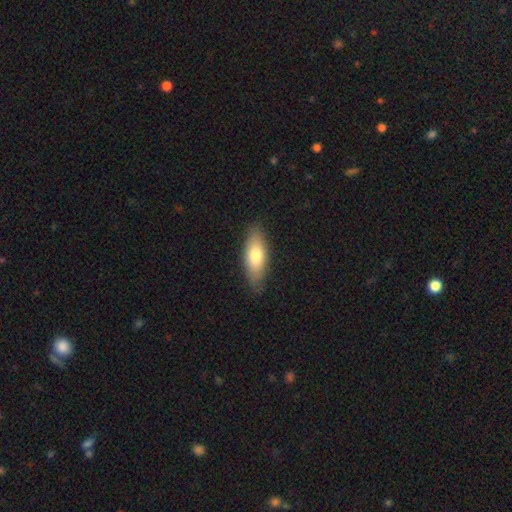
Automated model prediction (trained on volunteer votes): The model was most divided on "how rounded": in between: 73%, cigar-shaped: 24%, round: 2%. More confident: merging — none (83%); smooth or featured — smooth (74%).